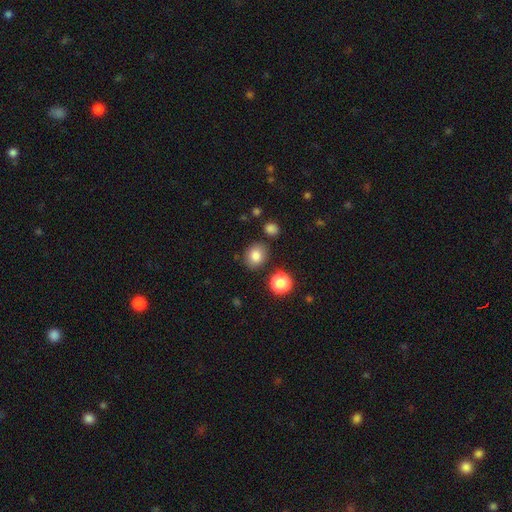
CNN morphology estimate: Q: Smooth or featured?
A: smooth (82%); runner-up: star or artifact (11%)
Q: How rounded?
A: round (65%); runner-up: in between (34%)
Q: Merging?
A: none (80%); runner-up: minor disturbance (11%)